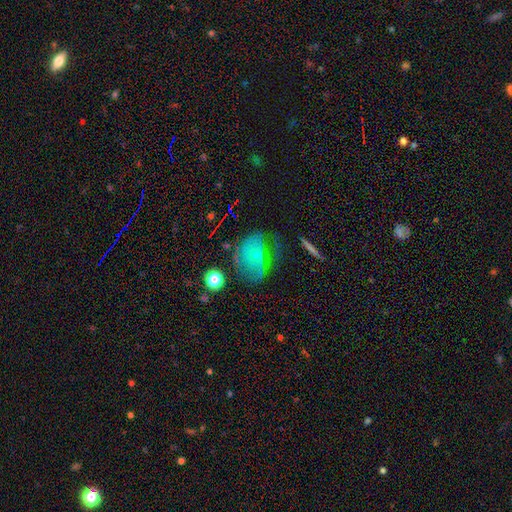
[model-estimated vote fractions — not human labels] This appears to be a smooth galaxy with no disk features (45%). Merging: none (47%).